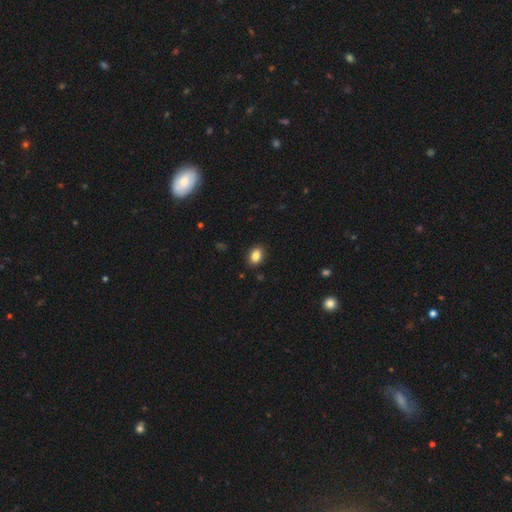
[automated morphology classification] smooth-or-featured: smooth: 86% | star or artifact: 9% | featured or disk: 5%
  how-rounded: in between: 74% | round: 25% | cigar-shaped: 1%
  merging: none: 88% | minor disturbance: 9% | major disturbance: 2% | merger: 1%